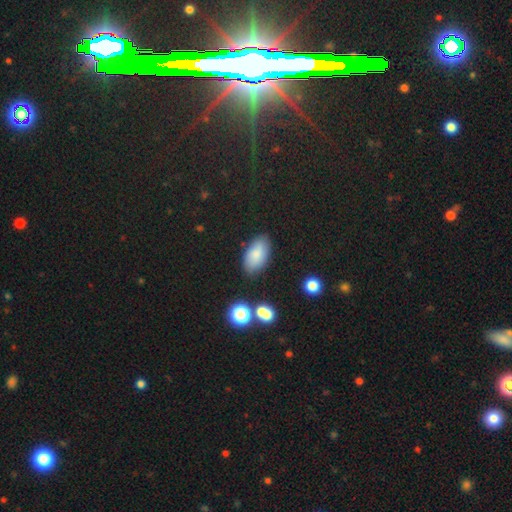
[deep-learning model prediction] A smooth galaxy with no disk features (81%) that is in between round and cigar-shaped (93%). Merging: none (81%).